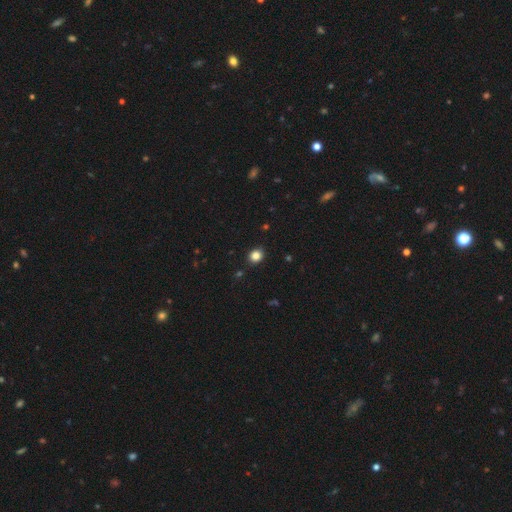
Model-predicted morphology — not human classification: This is clearly a smooth galaxy (84%). How rounded: likely round (73%). Merging: clearly none (90%).